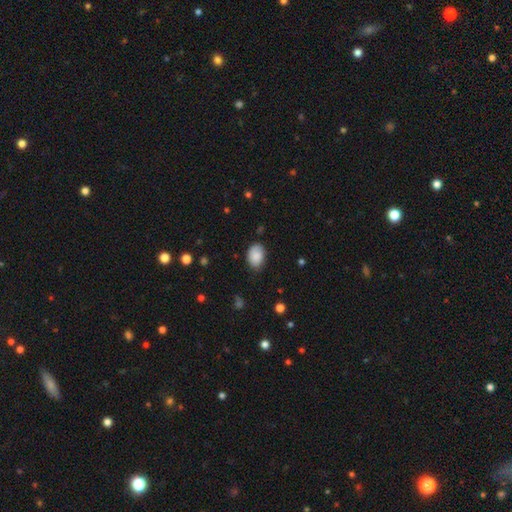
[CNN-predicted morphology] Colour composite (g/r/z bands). It shows a smooth galaxy with no disk features (87%) that is in between round and cigar-shaped (84%). Merging: none (75%).